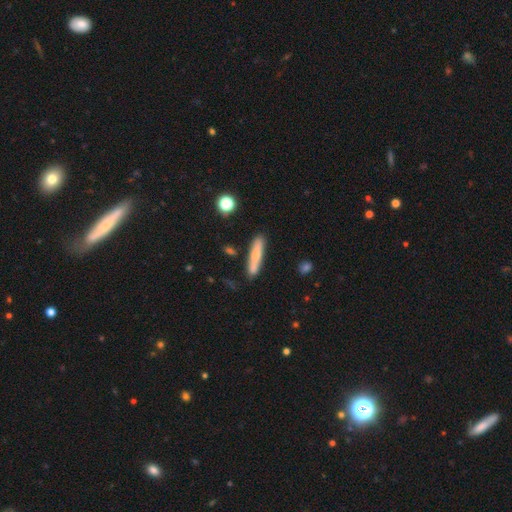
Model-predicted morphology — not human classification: This is likely a smooth galaxy (64%). How rounded: clearly cigar-shaped (88%). Merging: clearly none (81%).